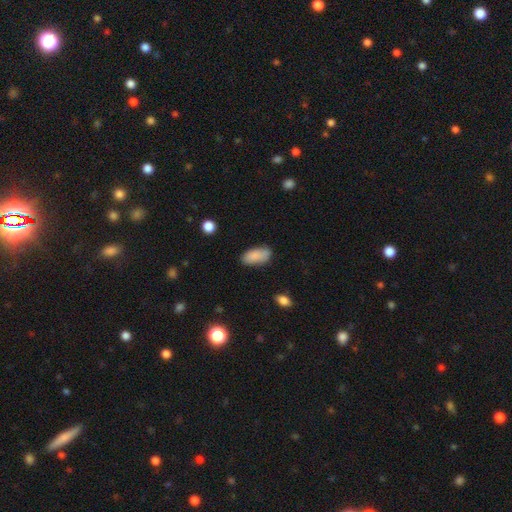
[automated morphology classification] Smooth or featured: smooth — 87% (star or artifact — 7%)
How rounded: in between — 91% (cigar-shaped — 6%)
Merging: none — 76% (minor disturbance — 18%)